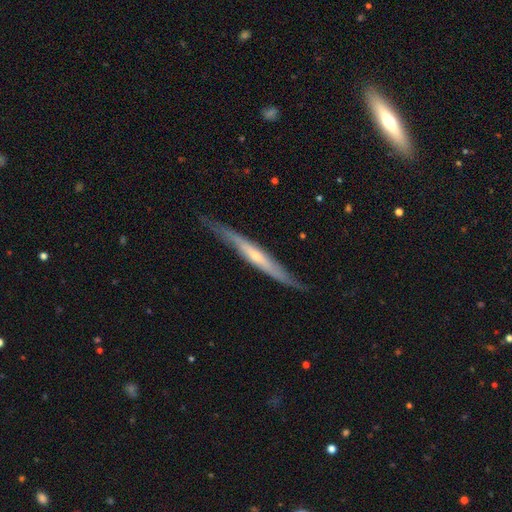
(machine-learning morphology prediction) The model was most divided on "edge-on bulge": rounded: 55%, none: 40%, boxy: 5%. More confident: edge-on disk — yes (88%); merging — none (78%); smooth or featured — featured or disk (69%).